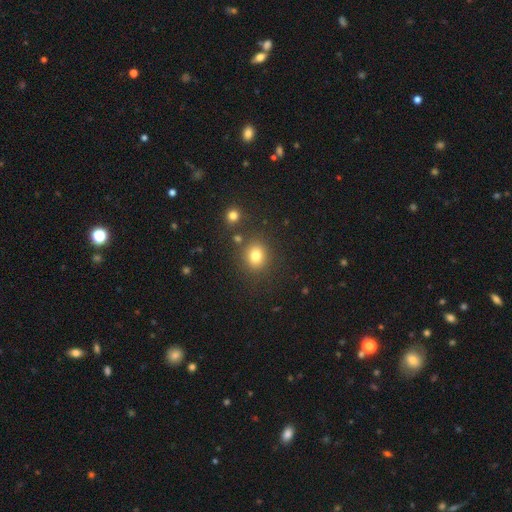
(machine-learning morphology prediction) The model was most divided on "how rounded": round: 76%, in between: 23%, cigar-shaped: 1%. More confident: merging — none (81%); smooth or featured — smooth (79%).